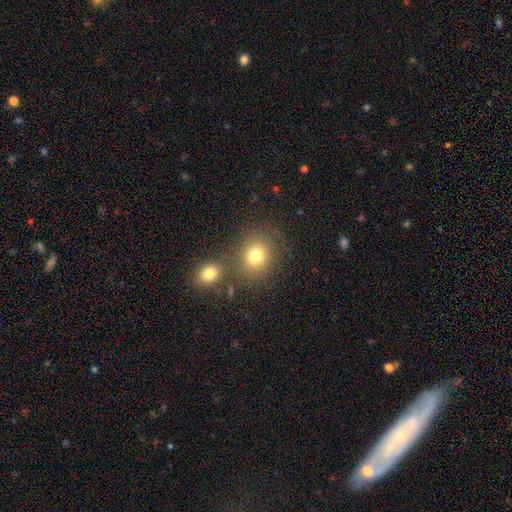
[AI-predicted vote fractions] smooth-or-featured: smooth: 77% | star or artifact: 13% | featured or disk: 10%
  how-rounded: round: 67% | in between: 32% | cigar-shaped: 1%
  merging: none: 67% | merger: 17% | minor disturbance: 10% | major disturbance: 5%